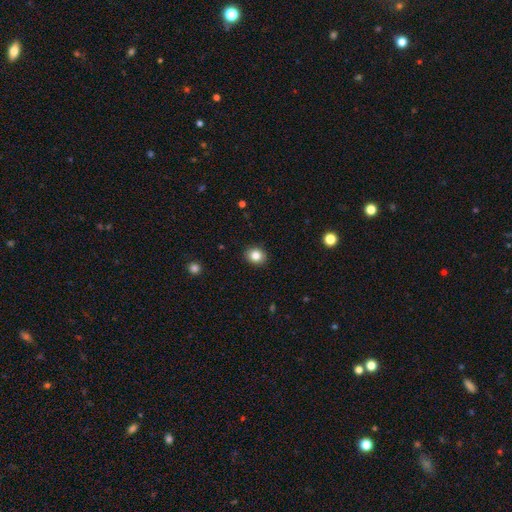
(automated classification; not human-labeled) Overall: smooth (83%). How rounded: round (70%). Merging: none (90%).